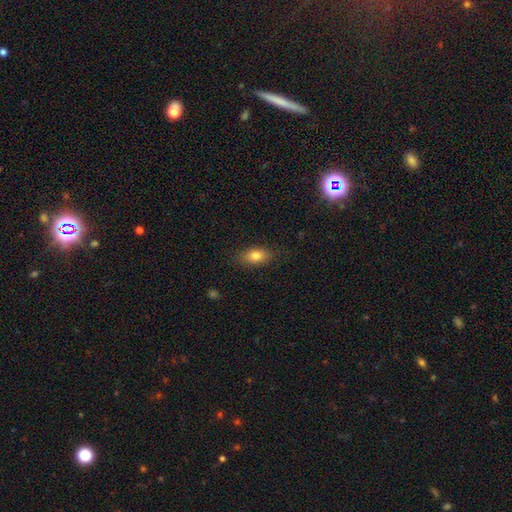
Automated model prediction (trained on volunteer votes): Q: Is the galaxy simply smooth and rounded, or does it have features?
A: smooth — 80%.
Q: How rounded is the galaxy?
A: in between — 85%.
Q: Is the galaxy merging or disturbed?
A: none — 84%.